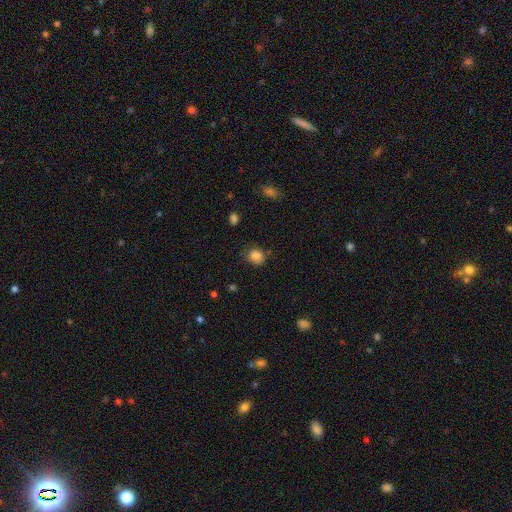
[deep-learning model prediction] Smooth or featured? Predicted: smooth (p=0.85). How rounded? Predicted: round (p=0.71). Merging? Predicted: none (p=0.68).